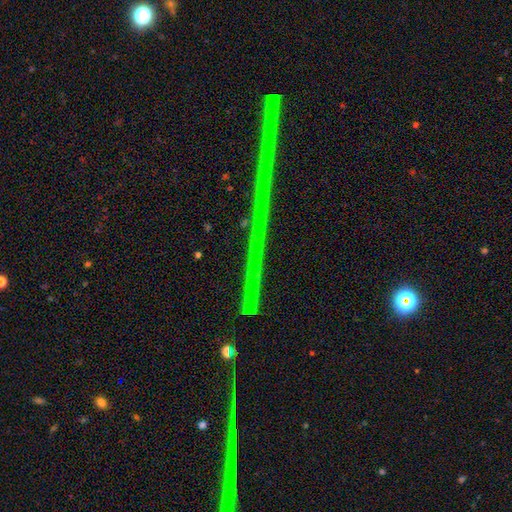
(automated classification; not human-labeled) Smooth or featured?
  - star or artifact: 82% *
  - featured or disk: 13%
  - smooth: 5%